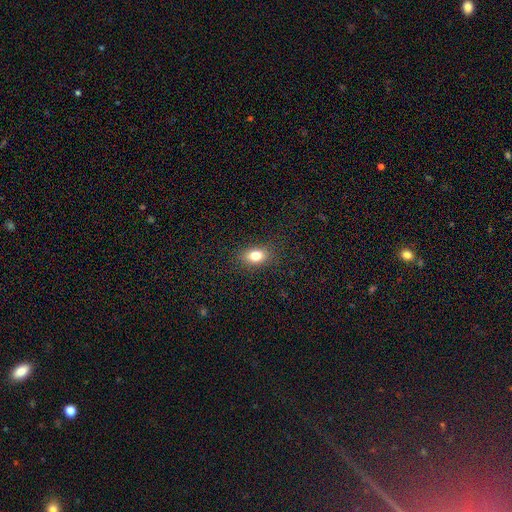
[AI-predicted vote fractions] A smooth galaxy with no disk features (80%) that is in between round and cigar-shaped (78%). Merging: none (87%).